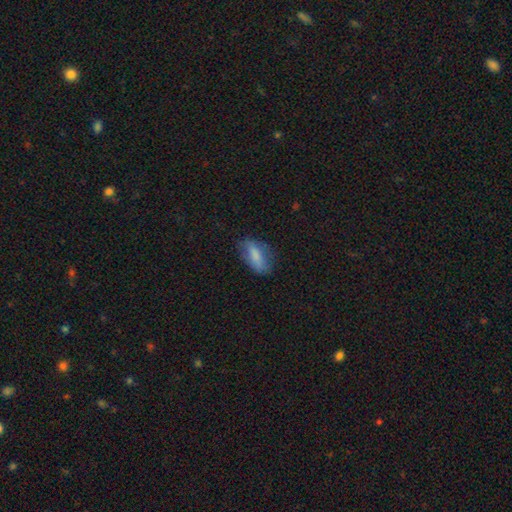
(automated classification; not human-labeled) Smooth or featured? Predicted: smooth (p=0.74). How rounded? Predicted: in between (p=0.82). Merging? Predicted: none (p=0.65).